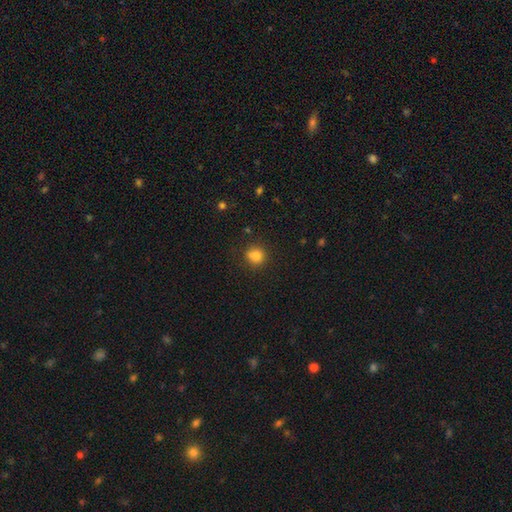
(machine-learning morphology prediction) A smooth galaxy with no disk features (82%) that is round (88%). Merging: none (83%).